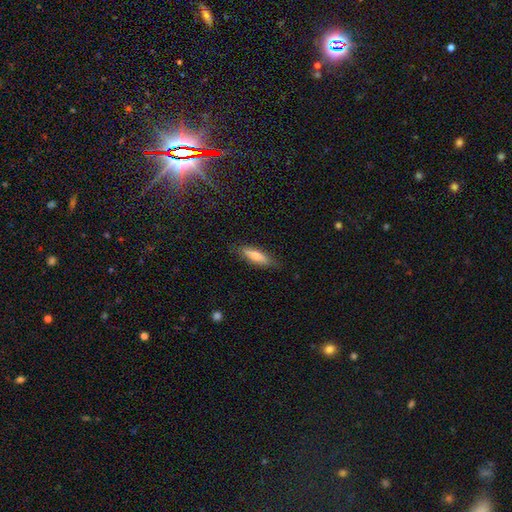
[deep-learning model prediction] Q: Smooth or featured?
A: smooth (68%); runner-up: featured or disk (26%)
Q: How rounded?
A: cigar-shaped (64%); runner-up: in between (34%)
Q: Merging?
A: none (83%); runner-up: minor disturbance (13%)